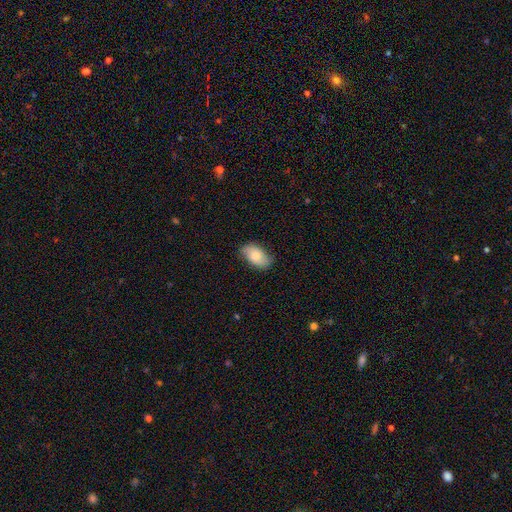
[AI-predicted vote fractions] Smooth or featured? Predicted: smooth (p=0.75). How rounded? Predicted: in between (p=0.93). Merging? Predicted: none (p=0.79).